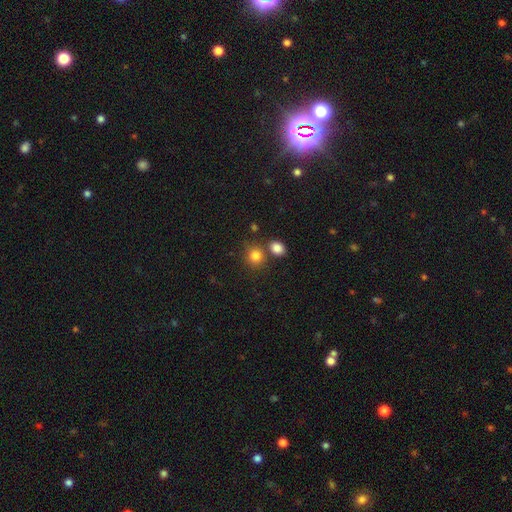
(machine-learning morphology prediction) smooth-or-featured: smooth: 83% | star or artifact: 11% | featured or disk: 6%
  how-rounded: round: 81% | in between: 18% | cigar-shaped: 1%
  merging: none: 68% | merger: 20% | minor disturbance: 9% | major disturbance: 3%